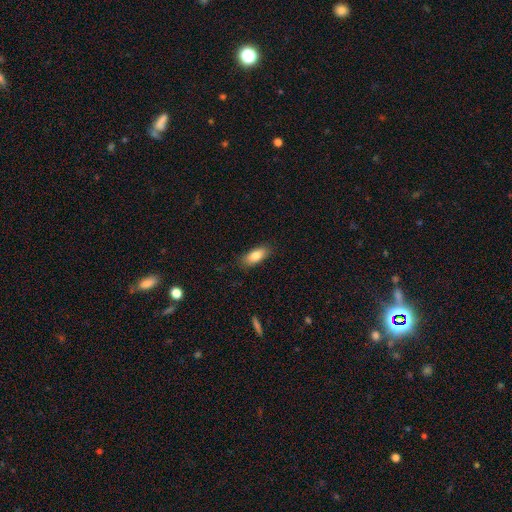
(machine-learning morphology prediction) Smooth or featured? Predicted: smooth (p=0.82). How rounded? Predicted: in between (p=0.82). Merging? Predicted: none (p=0.85).